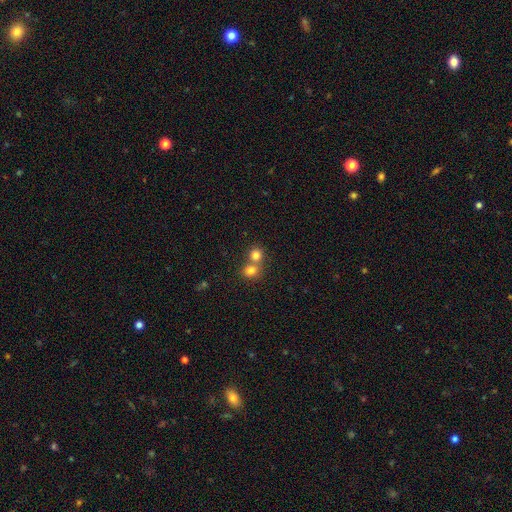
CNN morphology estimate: smooth_or_featured: smooth (p=0.80) [alt: star or artifact p=0.12]
how_rounded: round (p=0.84) [alt: in between p=0.15]
merging: merger (p=0.51) [alt: none p=0.42]